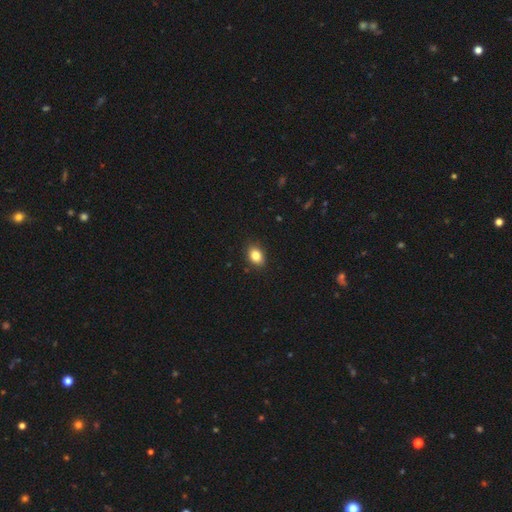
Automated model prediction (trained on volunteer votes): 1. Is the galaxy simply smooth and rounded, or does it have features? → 84% smooth, 9% star or artifact, 7% featured or disk.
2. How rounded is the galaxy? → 74% in between, 25% round, 1% cigar-shaped.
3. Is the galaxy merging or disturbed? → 88% none, 9% minor disturbance, 2% major disturbance, 1% merger.